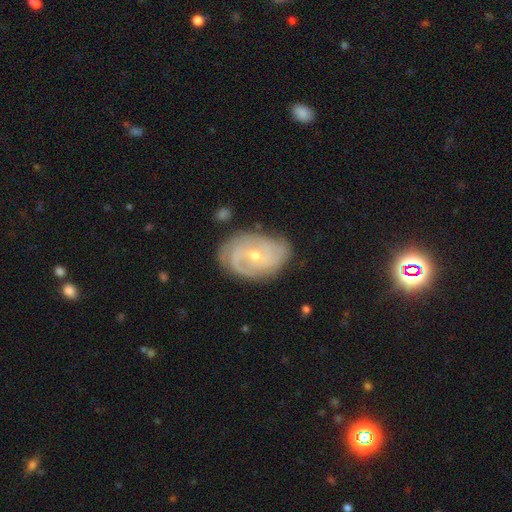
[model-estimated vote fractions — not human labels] The model was most divided on "spiral arm count": 2: 34%, can't tell: 28%, 3: 22%, 4: 7%, 1: 5%, more than 4: 4%. More confident: edge-on disk — no (96%); spiral arms — yes (94%); smooth or featured — featured or disk (83%); merging — none (72%); bulge size — small (62%); spiral winding — tight (59%); bar — no (53%).